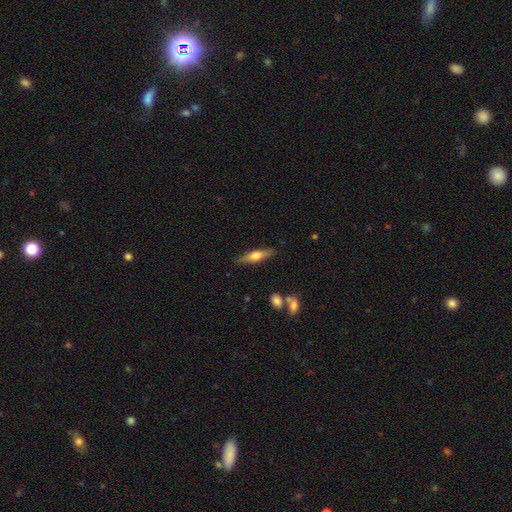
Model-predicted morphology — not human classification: type=featured or disk (48%); merging=none (85%).